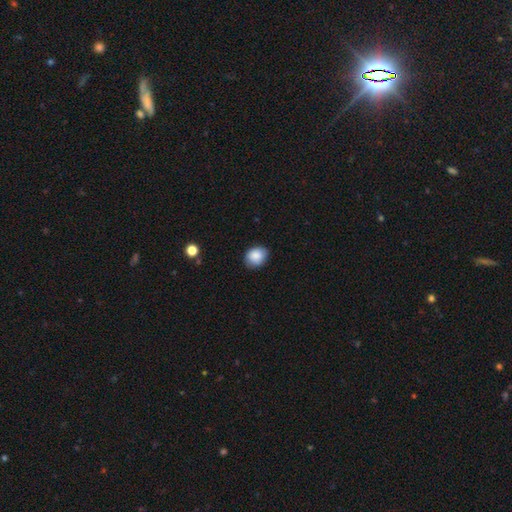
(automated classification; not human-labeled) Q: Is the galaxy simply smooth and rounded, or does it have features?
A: smooth — 86%.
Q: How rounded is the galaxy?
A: round — 52%.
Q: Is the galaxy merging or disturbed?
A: none — 77%.